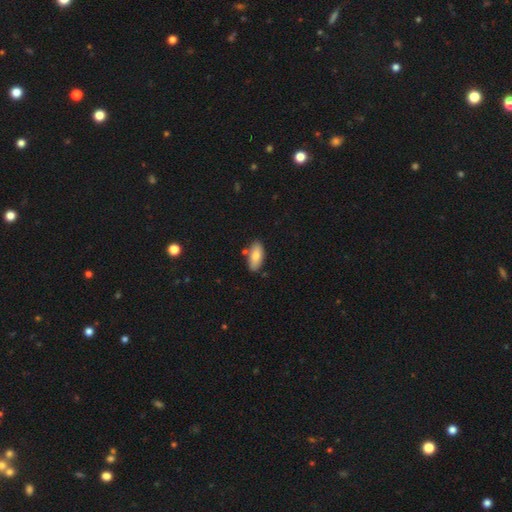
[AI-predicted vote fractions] Smooth or featured? Predicted: smooth (p=0.80). How rounded? Predicted: in between (p=0.87). Merging? Predicted: none (p=0.80).